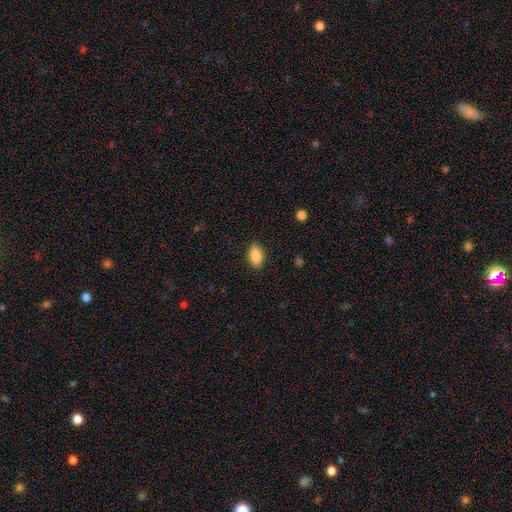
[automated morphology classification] smooth_or_featured: smooth (p=0.85) [alt: featured or disk p=0.08]
how_rounded: in between (p=0.90) [alt: round p=0.05]
merging: none (p=0.86) [alt: minor disturbance p=0.10]